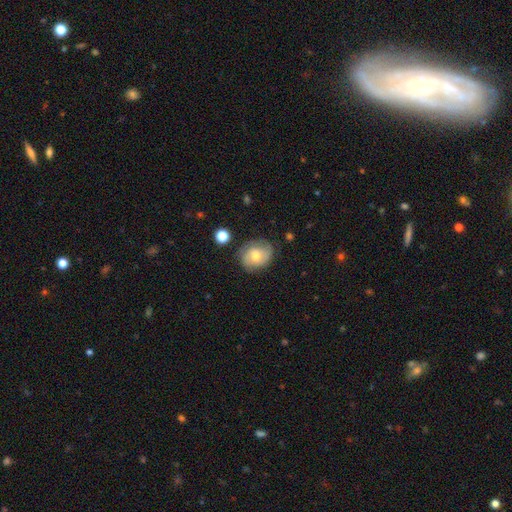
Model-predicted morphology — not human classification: smooth-or-featured: smooth: 47% | featured or disk: 44% | star or artifact: 8%
  merging: none: 74% | minor disturbance: 19% | major disturbance: 6% | merger: 2%